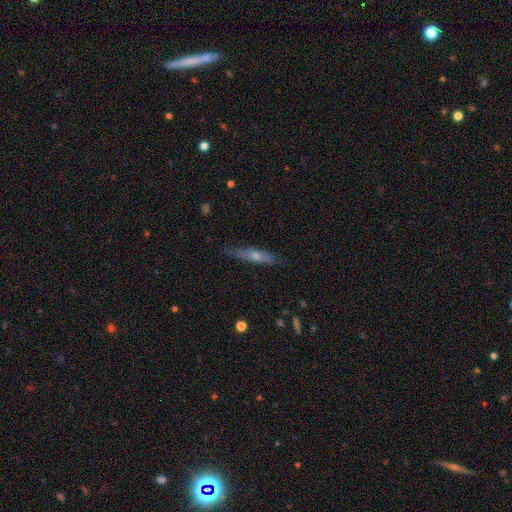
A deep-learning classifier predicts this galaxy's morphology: featured or disk 49%, smooth 44%, star or artifact 7%. Down the decision tree: merging — none (79%).